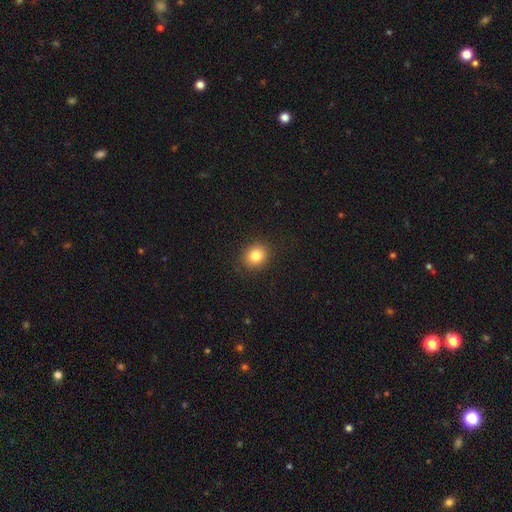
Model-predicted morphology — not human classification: A smooth galaxy with no disk features (83%) that is round (72%).

Vote fractions:
- Smooth or featured? smooth: 83% / star or artifact: 10% / featured or disk: 7%
- How rounded? round: 72% / in between: 27% / cigar-shaped: 1%
- Merging? none: 88% / minor disturbance: 8% / major disturbance: 2% / merger: 1%